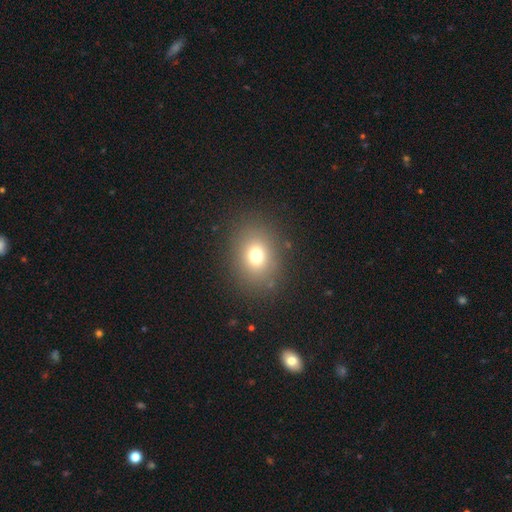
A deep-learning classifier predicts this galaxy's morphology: Smooth or featured: smooth — 73% (star or artifact — 16%)
How rounded: round — 51% (in between — 48%)
Merging: none — 85% (minor disturbance — 9%)